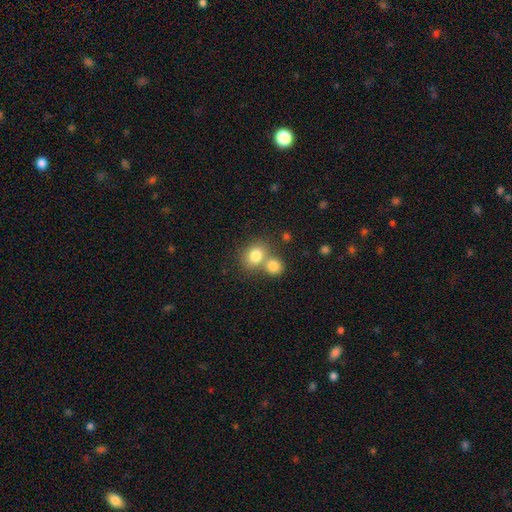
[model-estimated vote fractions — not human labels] A smooth galaxy with no disk features (80%) that is round (63%). Merging: merger (46%).